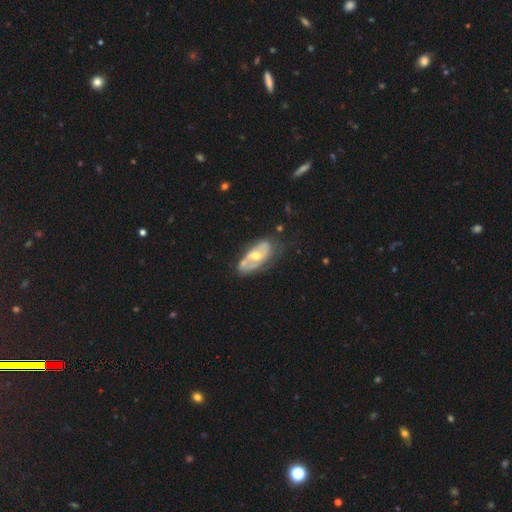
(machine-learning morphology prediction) Smooth or featured? featured or disk (71%)
Edge-on disk? no (91%)
Bar? no (62%)
Spiral arms? yes (69%)
Bulge size? moderate (62%)
Merging? none (60%)